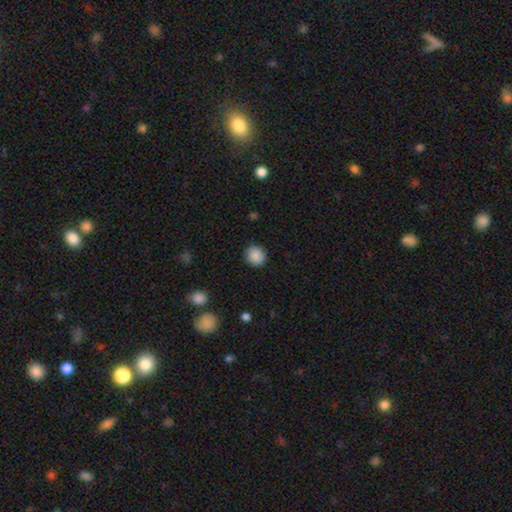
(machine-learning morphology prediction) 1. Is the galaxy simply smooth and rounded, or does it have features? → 88% smooth, 9% star or artifact, 3% featured or disk.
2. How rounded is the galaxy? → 86% round, 13% in between, 1% cigar-shaped.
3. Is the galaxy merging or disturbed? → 89% none, 7% minor disturbance, 2% major disturbance, 1% merger.